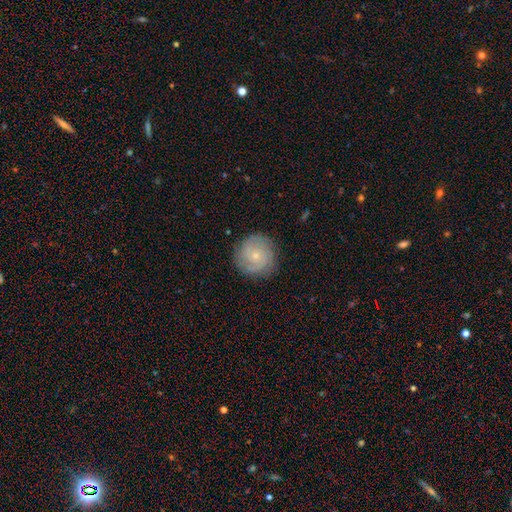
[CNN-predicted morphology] Q: Smooth or featured?
A: featured or disk (63%); runner-up: smooth (30%)
Q: Edge-on disk?
A: no (98%); runner-up: yes (2%)
Q: Bar?
A: no (78%); runner-up: weak (19%)
Q: Spiral arms?
A: yes (90%); runner-up: no (10%)
Q: Spiral winding?
A: tight (58%); runner-up: medium (33%)
Q: Spiral arm count?
A: 2 (41%); runner-up: can't tell (26%)
Q: Bulge size?
A: small (78%); runner-up: moderate (17%)
Q: Merging?
A: none (84%); runner-up: minor disturbance (11%)